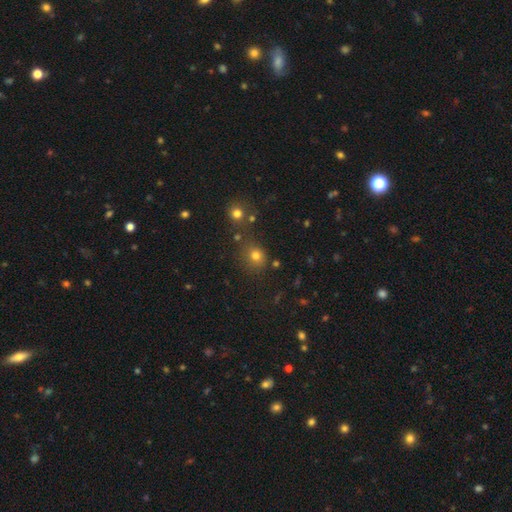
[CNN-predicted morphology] Smooth or featured? smooth (74%)
How rounded? round (78%)
Merging? none (66%)